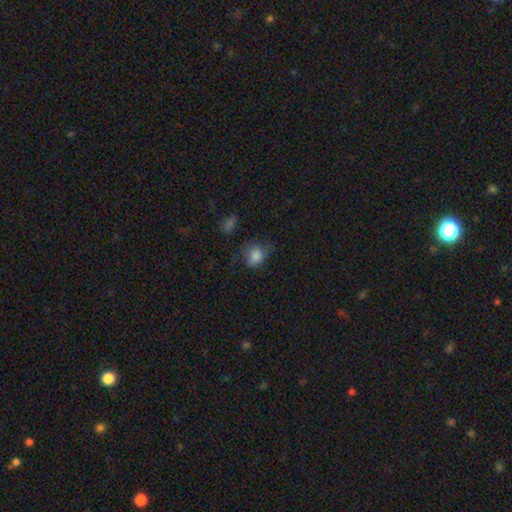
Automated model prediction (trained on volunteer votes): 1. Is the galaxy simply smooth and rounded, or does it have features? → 81% smooth, 11% star or artifact, 8% featured or disk.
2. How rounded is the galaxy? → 52% in between, 47% round, 1% cigar-shaped.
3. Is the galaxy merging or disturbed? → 51% none, 30% minor disturbance, 16% major disturbance, 3% merger.